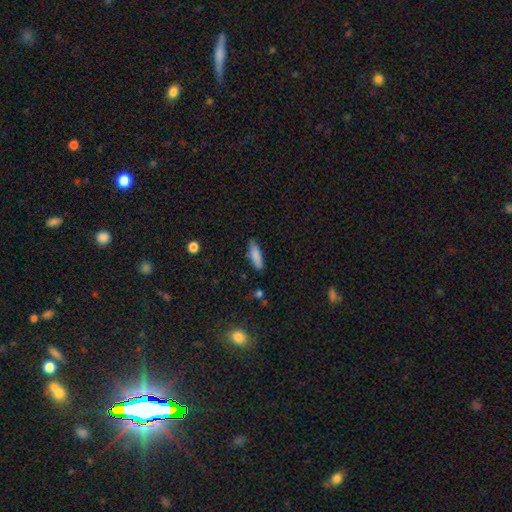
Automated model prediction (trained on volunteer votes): A smooth galaxy with no disk features (83%) that is cigar-shaped (66%). Merging: none (83%).